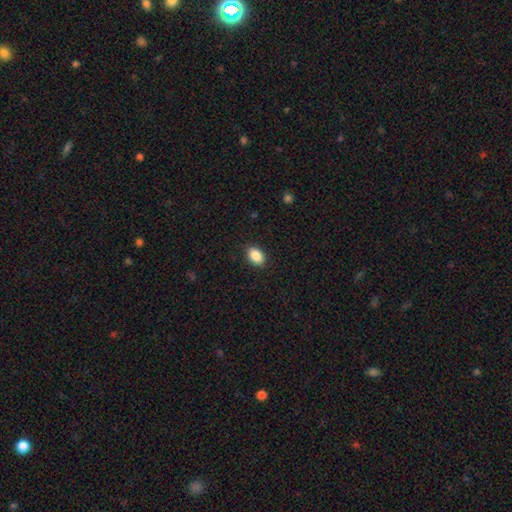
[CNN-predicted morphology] This is clearly a smooth galaxy (88%). How rounded: clearly in between (84%). Merging: clearly none (89%).